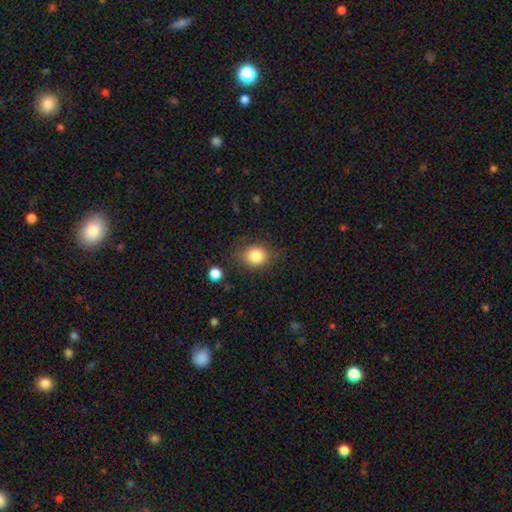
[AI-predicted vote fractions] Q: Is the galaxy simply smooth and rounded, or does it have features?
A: smooth — 83%.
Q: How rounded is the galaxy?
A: round — 63%.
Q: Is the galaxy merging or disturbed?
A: none — 76%.